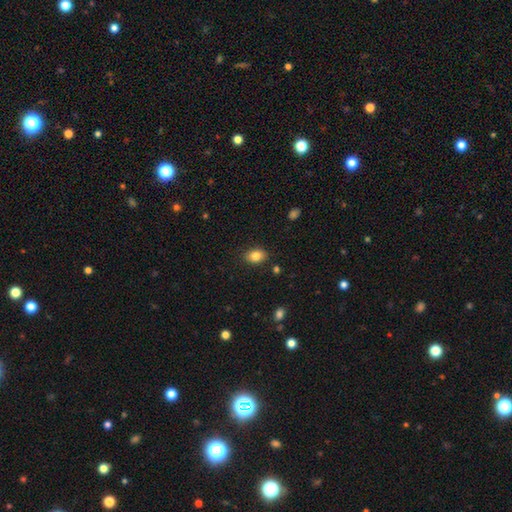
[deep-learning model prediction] This is clearly a smooth galaxy (83%). How rounded: likely in between (79%). Merging: clearly none (86%).